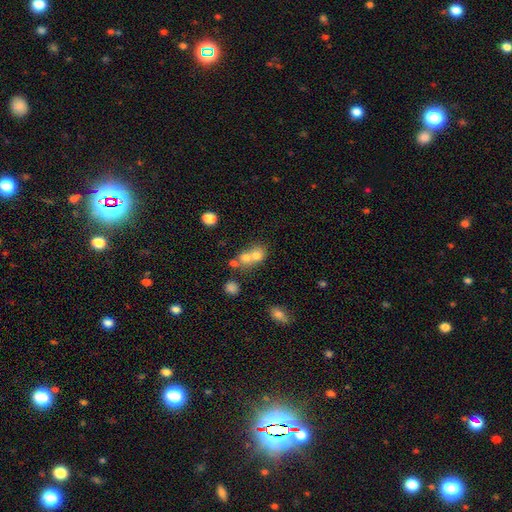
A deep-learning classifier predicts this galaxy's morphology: Overall: smooth (69%). How rounded: round (67%; in between 32%). Merging: merger (63%; none 27%).